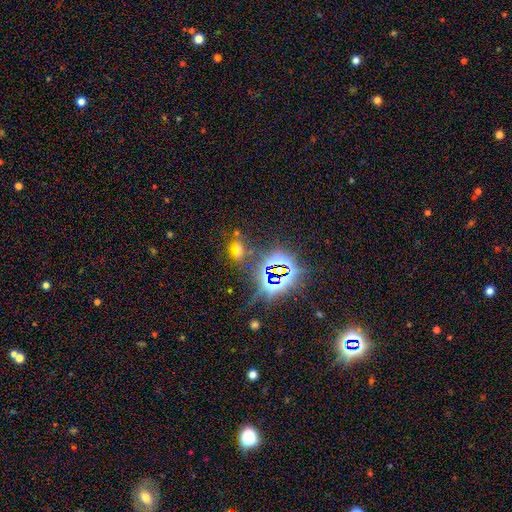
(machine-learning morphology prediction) Smooth or featured? Predicted: star or artifact (p=0.77).